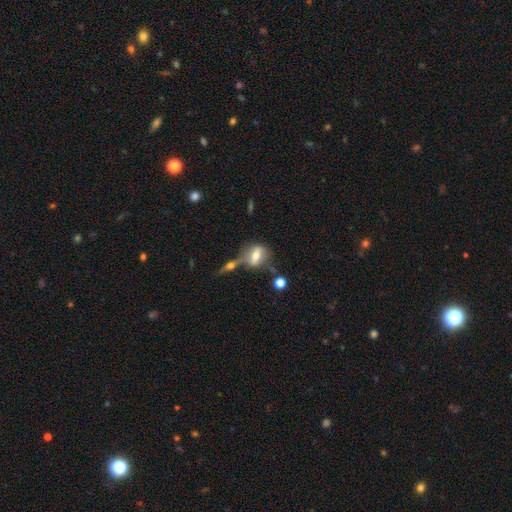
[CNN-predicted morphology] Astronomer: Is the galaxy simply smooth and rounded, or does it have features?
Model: smooth — 48% (runner-up: featured or disk, 42%).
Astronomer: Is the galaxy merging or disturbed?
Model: none — 45% (runner-up: merger, 29%).